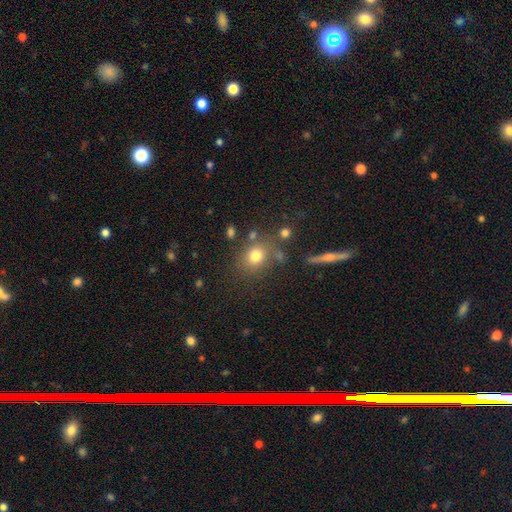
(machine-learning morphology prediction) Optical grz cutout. It shows a smooth galaxy with no disk features (76%) that is round (67%). Merging: none (71%).